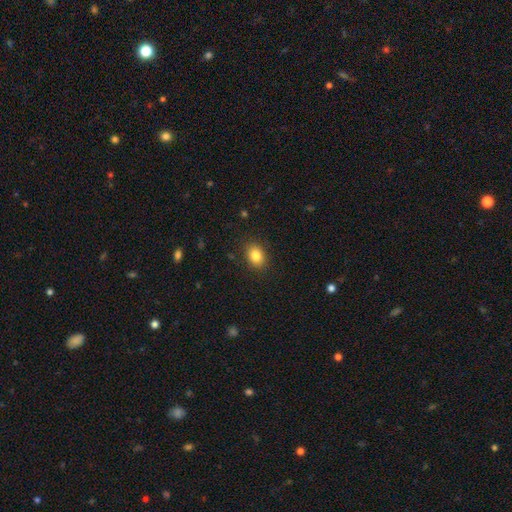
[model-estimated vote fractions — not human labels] This appears to be a smooth galaxy with no disk features (84%) that is in between round and cigar-shaped (61%). Merging: none (88%).